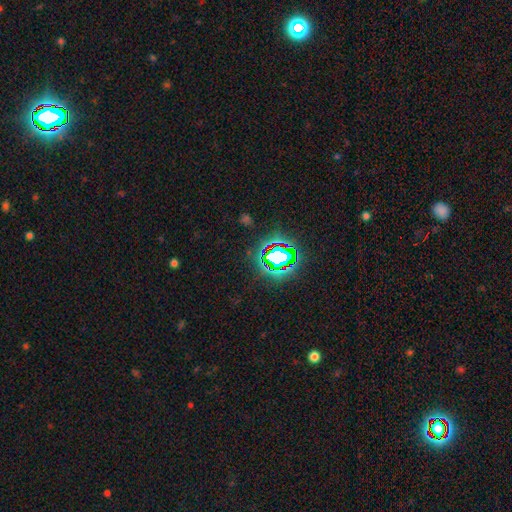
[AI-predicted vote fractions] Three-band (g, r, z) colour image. It shows a star or artifact, not a galaxy (80%).